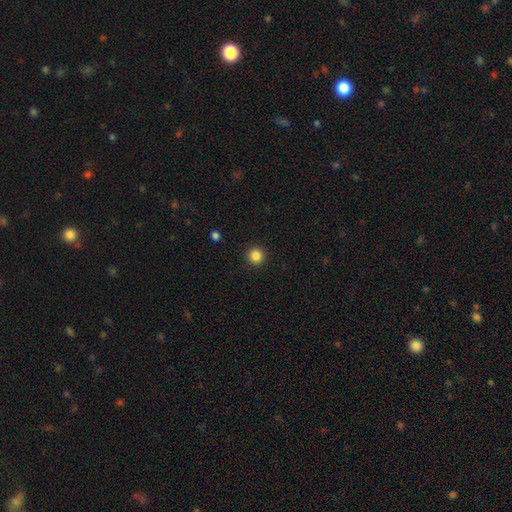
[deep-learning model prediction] Q: Smooth or featured?
A: smooth (85%); runner-up: star or artifact (11%)
Q: How rounded?
A: round (95%); runner-up: in between (4%)
Q: Merging?
A: none (93%); runner-up: minor disturbance (5%)